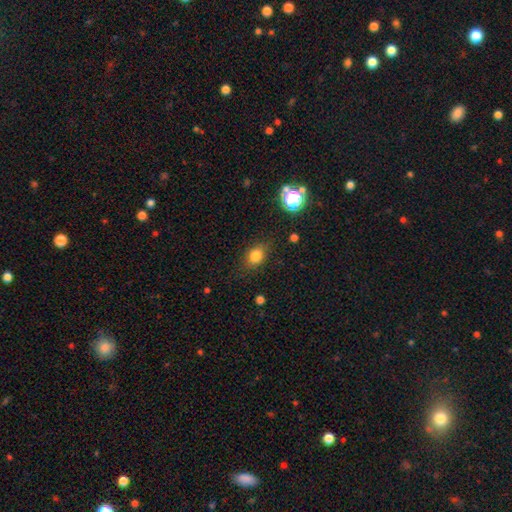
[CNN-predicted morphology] smooth_or_featured: smooth (p=0.80) [alt: star or artifact p=0.12]
how_rounded: in between (p=0.59) [alt: round p=0.39]
merging: none (p=0.79) [alt: minor disturbance p=0.15]